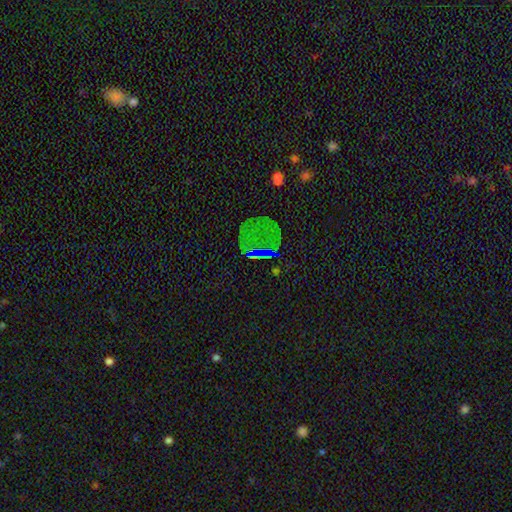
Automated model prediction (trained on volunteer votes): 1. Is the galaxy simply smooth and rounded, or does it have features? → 60% star or artifact, 26% smooth, 15% featured or disk.